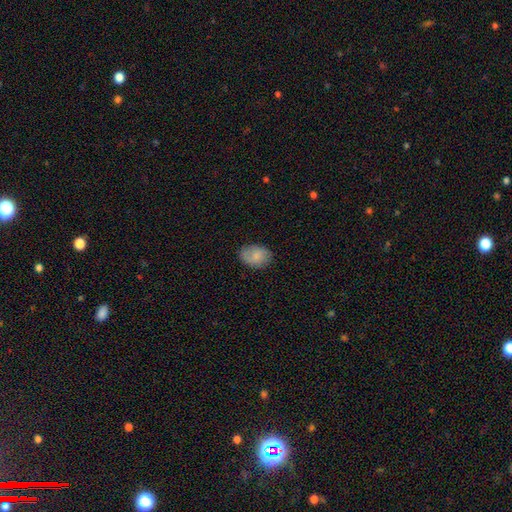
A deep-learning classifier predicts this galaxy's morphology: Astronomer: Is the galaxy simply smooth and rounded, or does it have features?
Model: smooth — 80%.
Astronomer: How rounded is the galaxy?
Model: in between — 76%.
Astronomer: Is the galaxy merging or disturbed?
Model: none — 79%.